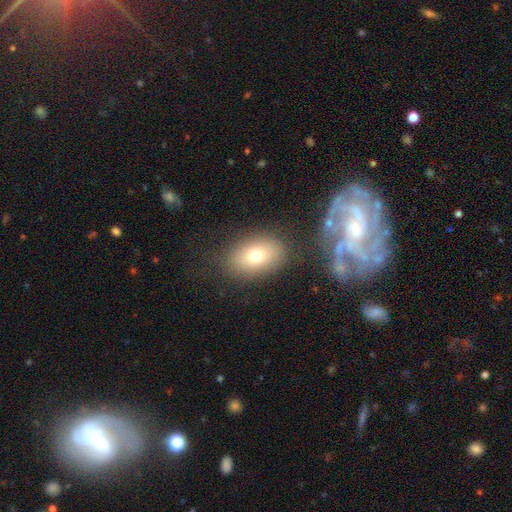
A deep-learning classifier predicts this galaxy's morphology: A smooth galaxy with no disk features (73%) that is in between round and cigar-shaped (78%).

Vote fractions:
- Smooth or featured? smooth: 73% / featured or disk: 16% / star or artifact: 11%
- How rounded? in between: 78% / round: 20% / cigar-shaped: 1%
- Merging? none: 80% / minor disturbance: 11% / major disturbance: 5% / merger: 4%